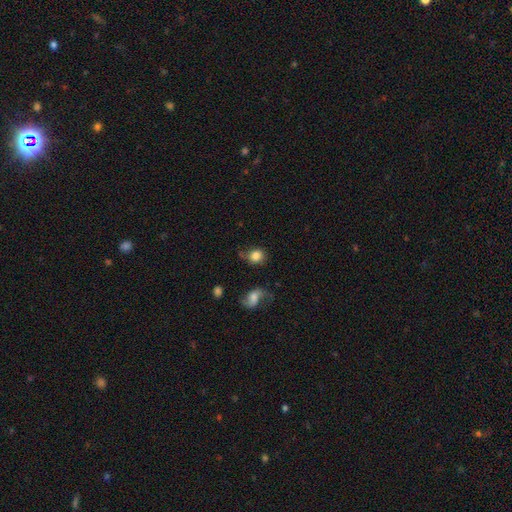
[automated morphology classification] The model was most divided on "merging": none: 60%, minor disturbance: 24%, major disturbance: 9%, merger: 7%. More confident: smooth or featured — smooth (81%); how rounded — round (71%).